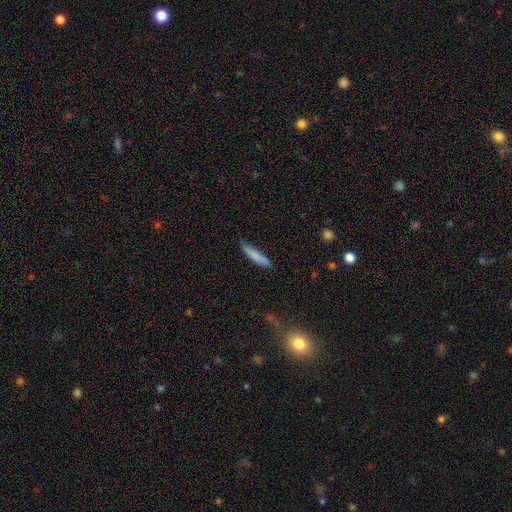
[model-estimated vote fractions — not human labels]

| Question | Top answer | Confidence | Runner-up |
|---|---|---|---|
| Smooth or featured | smooth | 79% | featured or disk (15%) |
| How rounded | cigar-shaped | 89% | in between (10%) |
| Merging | none | 83% | minor disturbance (13%) |